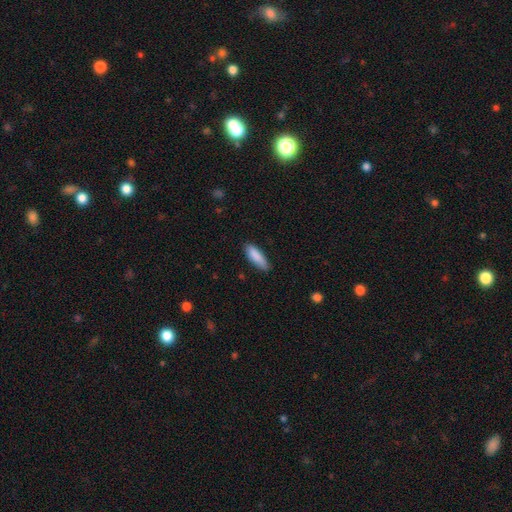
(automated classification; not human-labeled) Morphology: type=smooth (88%); roundness=in between (51%); merging=none (79%).